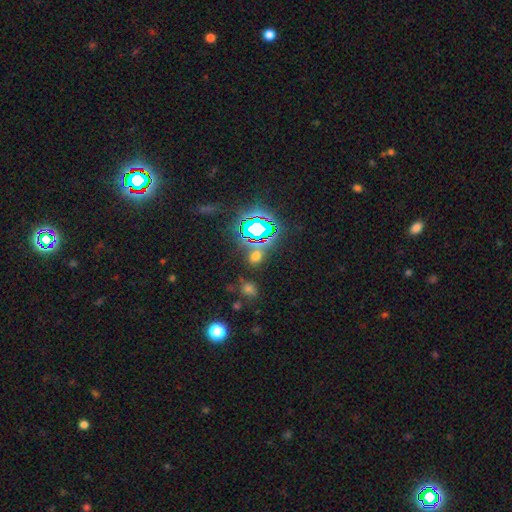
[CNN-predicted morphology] A star or artifact, not a galaxy (53%).

Vote fractions:
- Smooth or featured? star or artifact: 53% / smooth: 38% / featured or disk: 9%